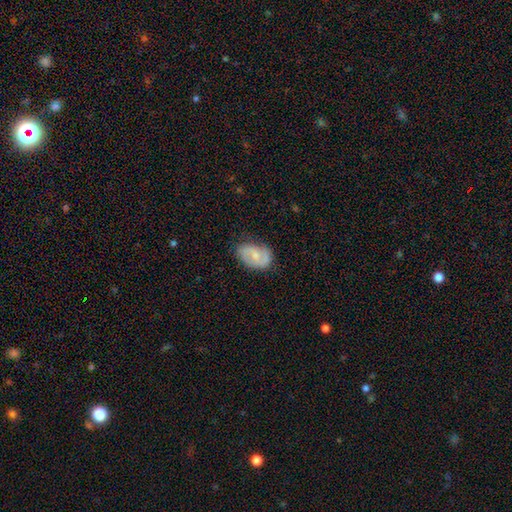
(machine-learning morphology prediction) A featured or disk galaxy (54%) with no bar (50%), spiral arms (80%) and a small central bulge (49%). Merging: none (69%).